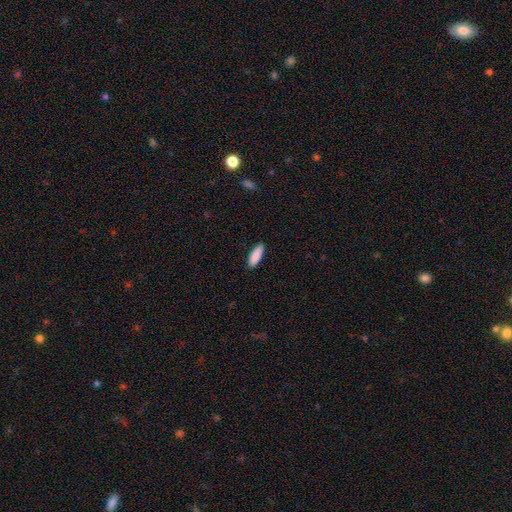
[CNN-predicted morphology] This is clearly a smooth galaxy (90%). How rounded: likely in between (60%). Merging: clearly none (89%).